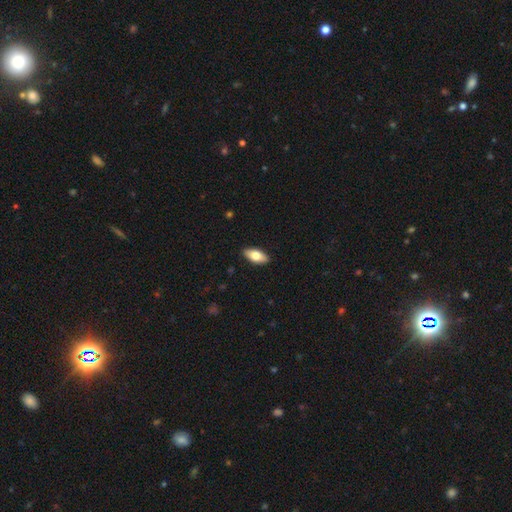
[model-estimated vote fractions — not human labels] smooth_or_featured: smooth (p=0.74) [alt: featured or disk p=0.20]
how_rounded: in between (p=0.87) [alt: cigar-shaped p=0.10]
merging: none (p=0.90) [alt: minor disturbance p=0.08]